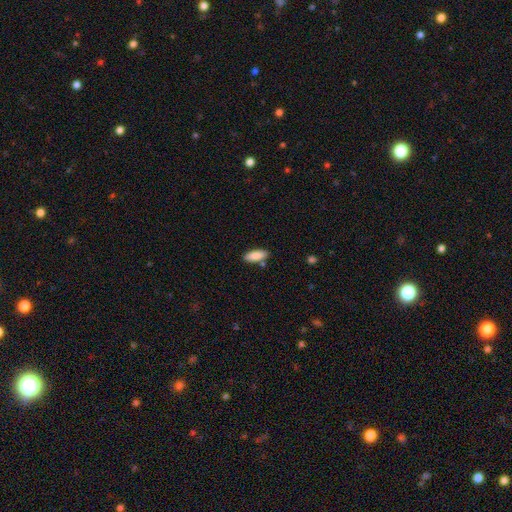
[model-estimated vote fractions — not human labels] Smooth or featured?
  - smooth: 86% *
  - featured or disk: 8%
  - star or artifact: 6%
How rounded?
  - in between: 76% *
  - cigar-shaped: 22%
  - round: 2%
Merging?
  - none: 82% *
  - minor disturbance: 11%
  - merger: 5%
  - major disturbance: 2%